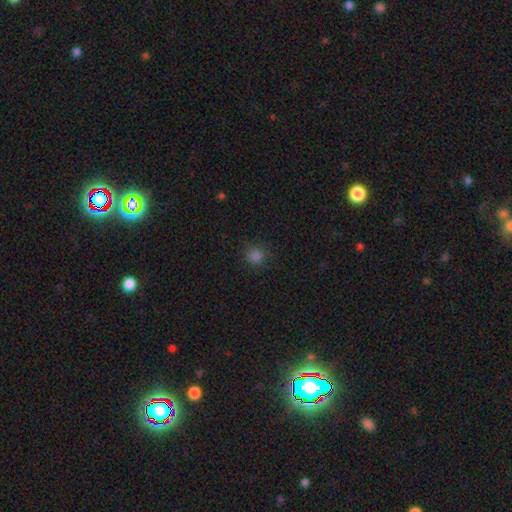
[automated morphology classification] A smooth galaxy with no disk features (79%) that is round (90%).

Vote fractions:
- Smooth or featured? smooth: 79% / star or artifact: 17% / featured or disk: 4%
- How rounded? round: 90% / in between: 9% / cigar-shaped: 1%
- Merging? none: 85% / minor disturbance: 10% / major disturbance: 3% / merger: 1%